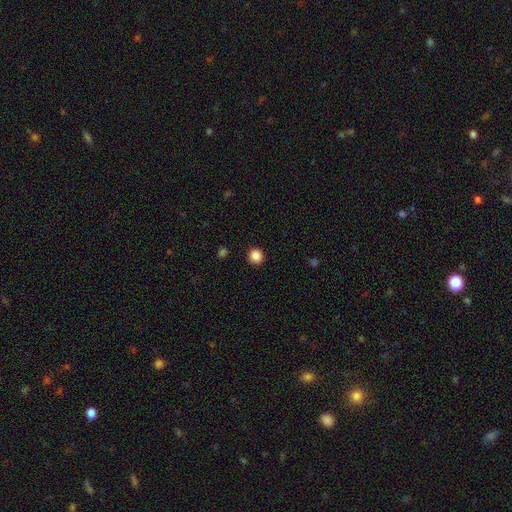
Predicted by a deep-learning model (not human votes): A smooth galaxy with no disk features (87%) that is round (92%).

Vote fractions:
- Smooth or featured? smooth: 87% / star or artifact: 11% / featured or disk: 3%
- How rounded? round: 92% / in between: 7% / cigar-shaped: 1%
- Merging? none: 92% / minor disturbance: 5% / major disturbance: 2% / merger: 1%